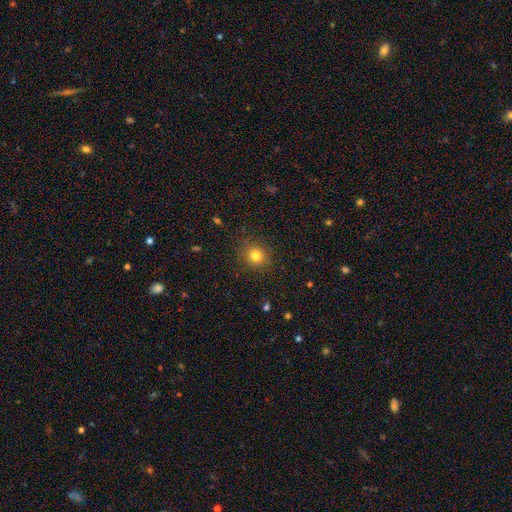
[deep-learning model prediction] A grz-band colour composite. It shows a smooth galaxy with no disk features (80%) that is round (87%). Merging: none (87%).